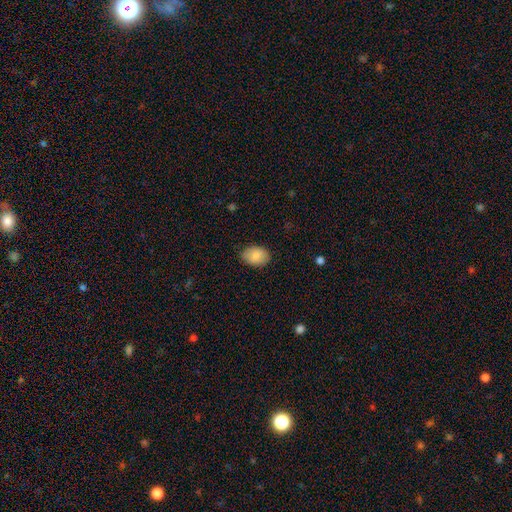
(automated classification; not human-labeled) smooth 87%, featured or disk 7%, star or artifact 7%. Down the decision tree: how rounded — in between (82%); merging — none (85%).